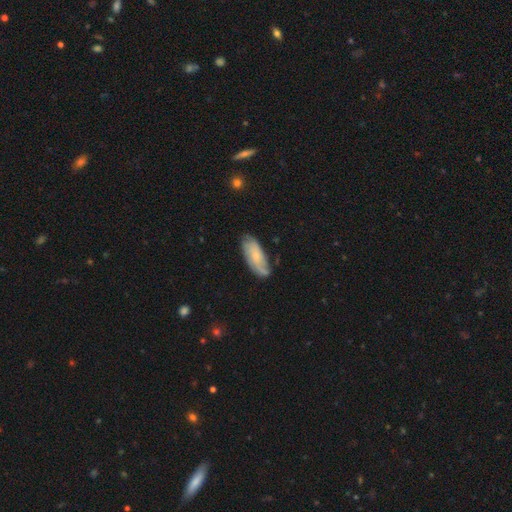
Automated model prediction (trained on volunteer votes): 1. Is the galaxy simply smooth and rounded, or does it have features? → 53% featured or disk, 41% smooth, 7% star or artifact.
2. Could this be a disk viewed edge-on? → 88% no, 12% yes.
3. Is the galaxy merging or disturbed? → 67% none, 25% minor disturbance, 6% major disturbance, 2% merger.